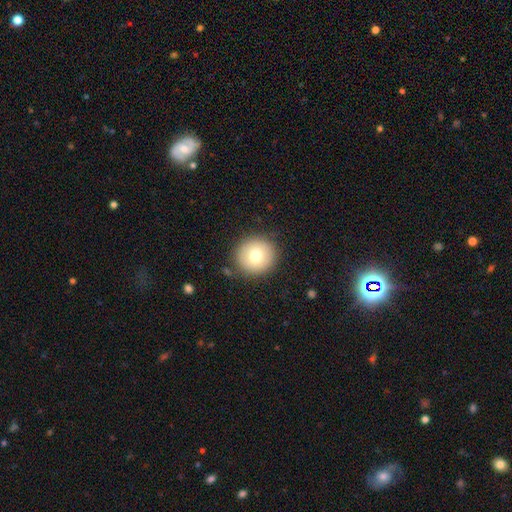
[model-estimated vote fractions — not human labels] A smooth galaxy with no disk features (75%) that is round (92%). Merging: none (86%).